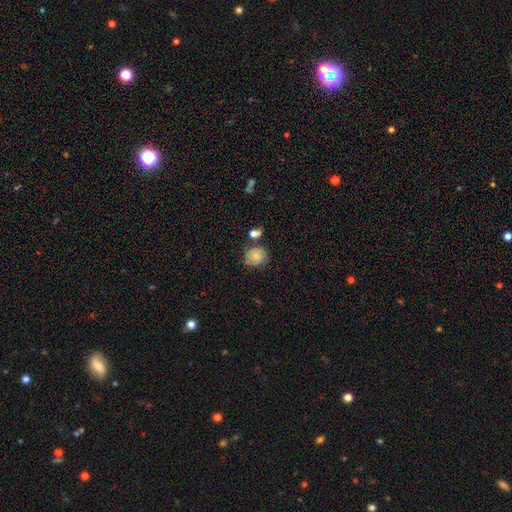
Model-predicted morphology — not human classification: type=smooth (66%); roundness=round (77%); merging=none (60%).